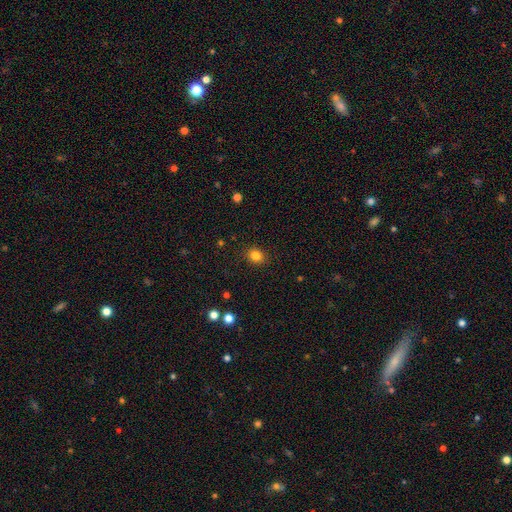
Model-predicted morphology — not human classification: type=smooth (83%); roundness=round (59%); merging=none (89%).